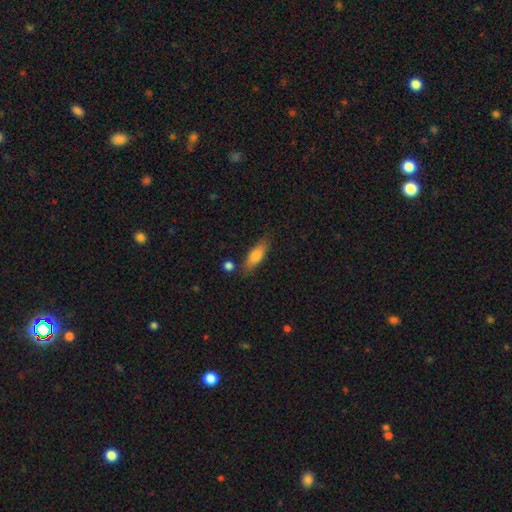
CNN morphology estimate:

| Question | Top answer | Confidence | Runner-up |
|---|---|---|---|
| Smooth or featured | smooth | 79% | featured or disk (14%) |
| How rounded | in between | 63% | cigar-shaped (35%) |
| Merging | none | 74% | minor disturbance (16%) |